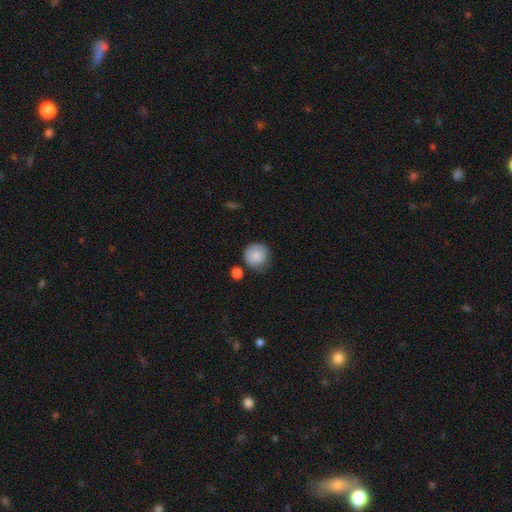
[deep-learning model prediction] Overall: smooth (86%). How rounded: round (90%). Merging: none (69%).